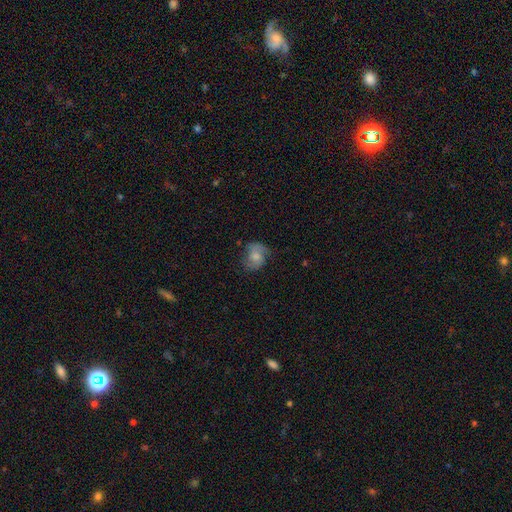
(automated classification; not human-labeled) A featured or disk galaxy (59%) with no bar (66%), 2 (85%) medium (47%) spiral arms (90%) and a moderate central bulge (46%).

Vote fractions:
- Smooth or featured? featured or disk: 59% / smooth: 33% / star or artifact: 8%
- Edge-on disk? no: 97% / yes: 3%
- Bar? no: 66% / weak: 30% / strong: 5%
- Spiral arms? yes: 90% / no: 10%
- Spiral winding? medium: 47% / loose: 30% / tight: 23%
- Spiral arm count? 2: 85% / can't tell: 8% / 1: 3% / 3: 2% / 4: 1% / more than 4: 1%
- Bulge size? moderate: 46% / small: 33% / none: 11% / large: 9% / dominant: 2%
- Merging? none: 67% / minor disturbance: 22% / major disturbance: 9% / merger: 2%